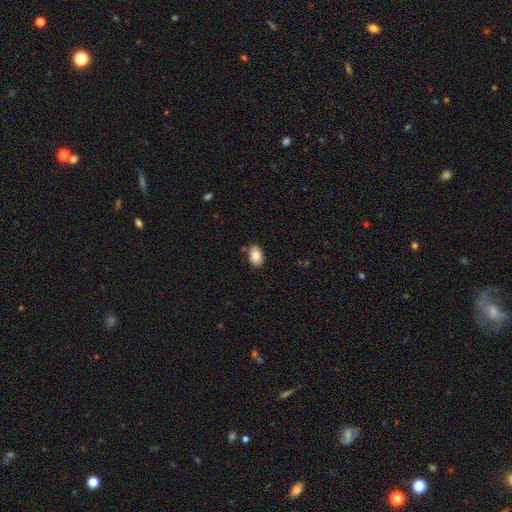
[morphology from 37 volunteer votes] Smooth or featured? 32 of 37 (86%) said smooth. How rounded? 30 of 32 (94%) said in between. Merging? 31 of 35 (89%) said none.